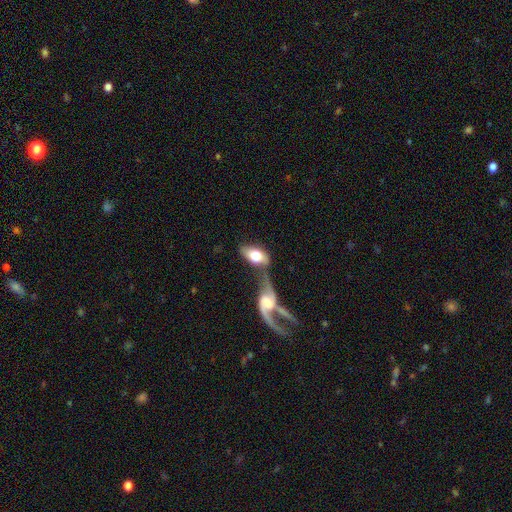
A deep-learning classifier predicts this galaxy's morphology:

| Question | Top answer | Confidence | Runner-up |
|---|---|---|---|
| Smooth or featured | smooth | 59% | featured or disk (36%) |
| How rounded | in between | 91% | round (5%) |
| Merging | merger | 62% | none (21%) |